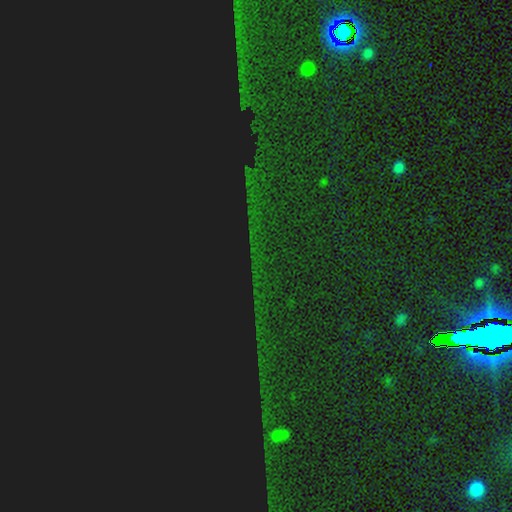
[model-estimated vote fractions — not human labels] This is clearly a star or artifact rather than a galaxy (88%).